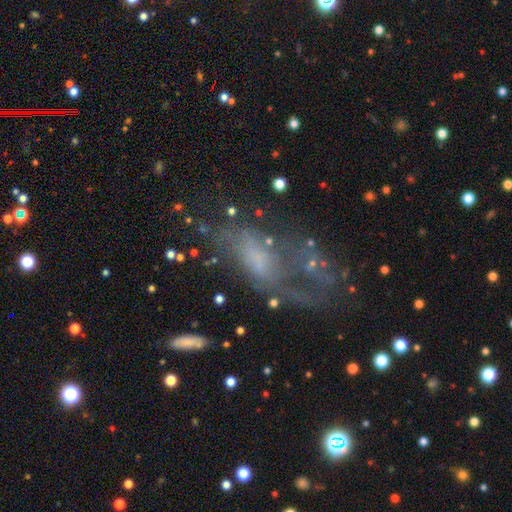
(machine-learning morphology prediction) smooth_or_featured: featured or disk (p=0.55) [alt: smooth p=0.28]
disk_edge_on: no (p=0.89) [alt: yes p=0.11]
merging: none (p=0.37) [alt: major disturbance p=0.35]